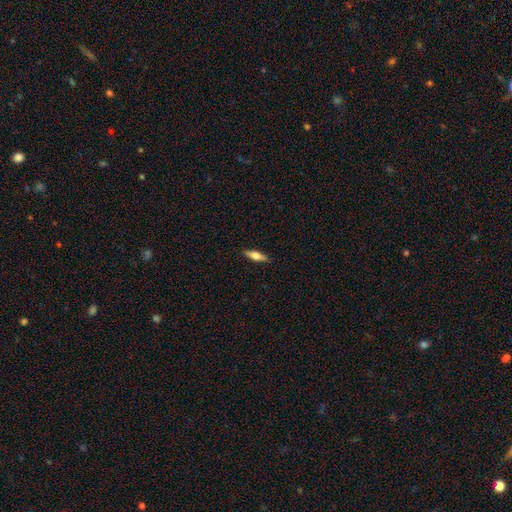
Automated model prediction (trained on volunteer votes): Smooth or featured? Predicted: smooth (p=0.58). How rounded? Predicted: cigar-shaped (p=0.56). Merging? Predicted: none (p=0.89).